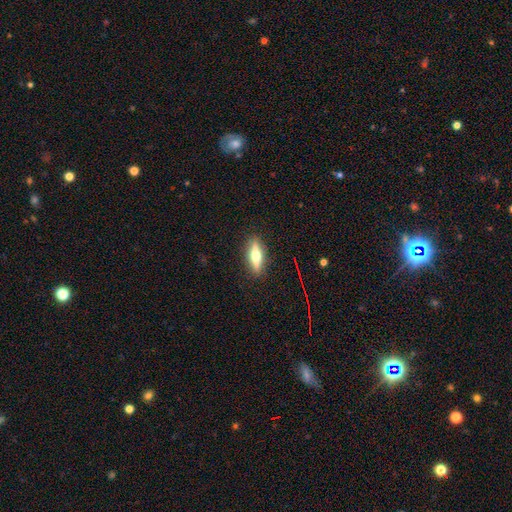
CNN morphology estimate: Q: Smooth or featured?
A: featured or disk (57%); runner-up: smooth (36%)
Q: Edge-on disk?
A: yes (93%); runner-up: no (7%)
Q: Edge-on bulge?
A: rounded (94%); runner-up: boxy (4%)
Q: Merging?
A: none (89%); runner-up: minor disturbance (8%)